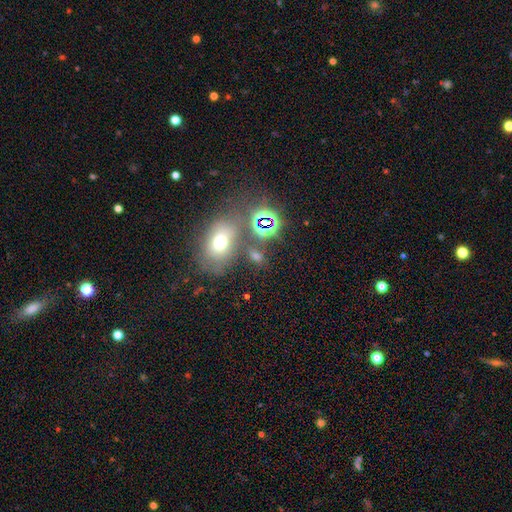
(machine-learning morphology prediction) smooth-or-featured: smooth: 48% | star or artifact: 39% | featured or disk: 13%
  merging: none: 65% | merger: 15% | minor disturbance: 13% | major disturbance: 8%